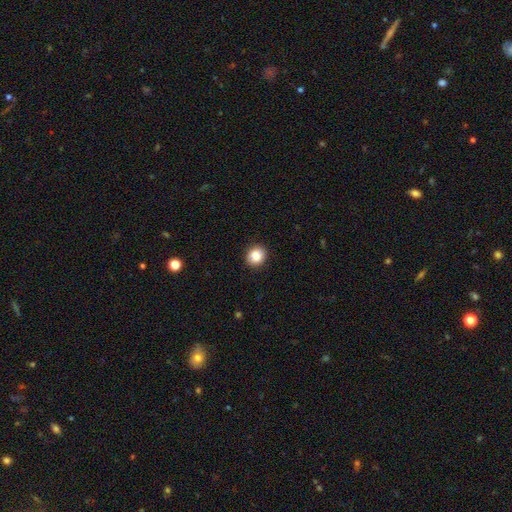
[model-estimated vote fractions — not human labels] smooth_or_featured: smooth (p=0.85) [alt: star or artifact p=0.09]
how_rounded: round (p=0.81) [alt: in between p=0.18]
merging: none (p=0.91) [alt: minor disturbance p=0.07]